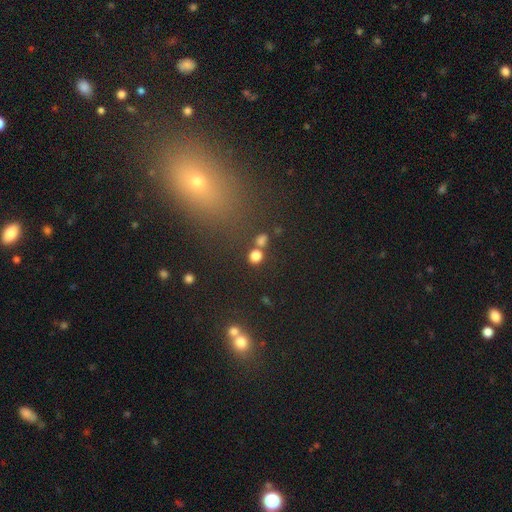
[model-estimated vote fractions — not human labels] smooth 78%, star or artifact 16%, featured or disk 6%. Down the decision tree: how rounded — round (80%); merging — none (69%).